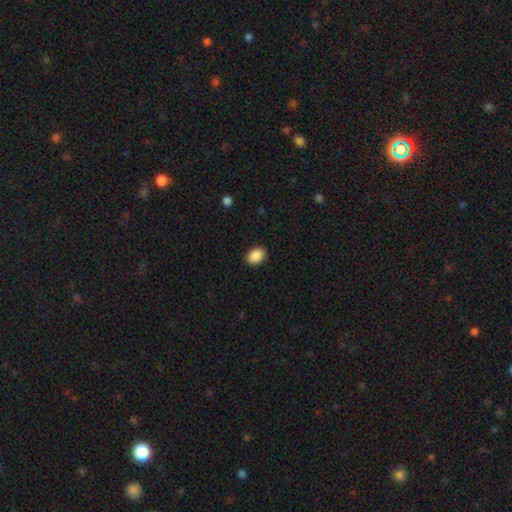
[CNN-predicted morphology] Smooth or featured? Predicted: smooth (p=0.89). How rounded? Predicted: in between (p=0.74). Merging? Predicted: none (p=0.88).